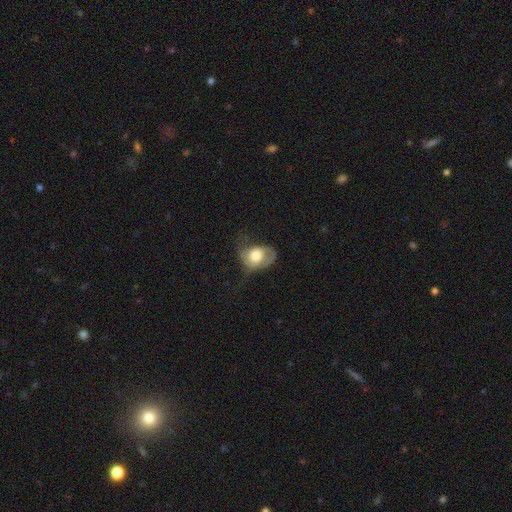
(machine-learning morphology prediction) Smooth or featured? smooth (51%)
How rounded? in between (60%)
Merging? major disturbance (44%)